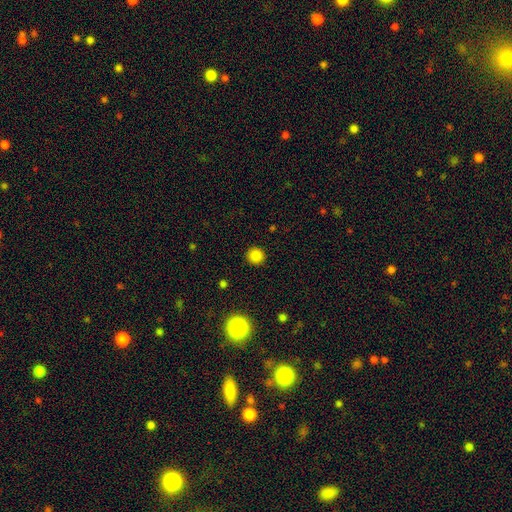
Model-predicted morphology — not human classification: The model was most divided on "smooth or featured": smooth: 85%, star or artifact: 12%, featured or disk: 4%. More confident: how rounded — round (94%); merging — none (92%).